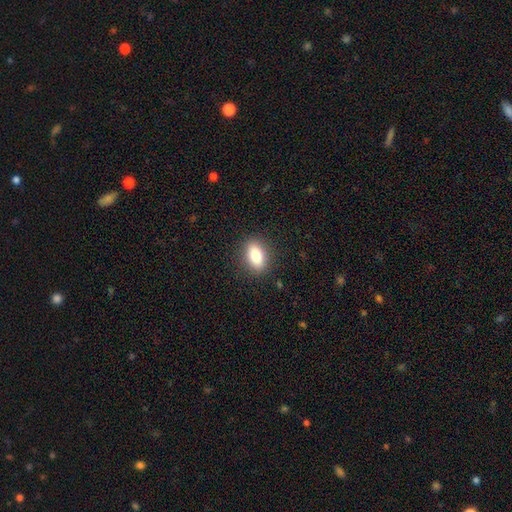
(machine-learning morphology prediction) Q: Smooth or featured?
A: smooth (83%); runner-up: featured or disk (9%)
Q: How rounded?
A: in between (84%); runner-up: round (10%)
Q: Merging?
A: none (88%); runner-up: minor disturbance (9%)